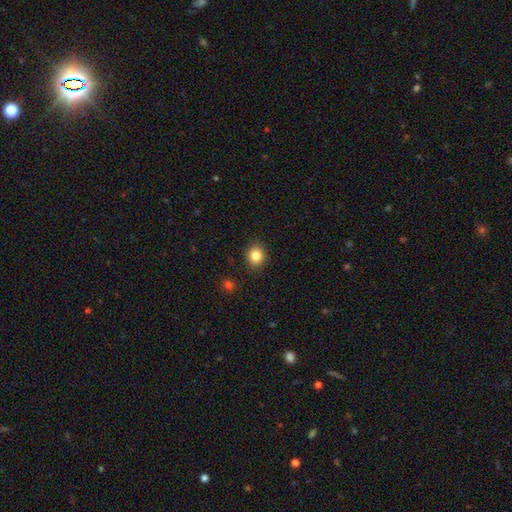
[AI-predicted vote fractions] Smooth or featured? Predicted: smooth (p=0.84). How rounded? Predicted: round (p=0.75). Merging? Predicted: none (p=0.89).